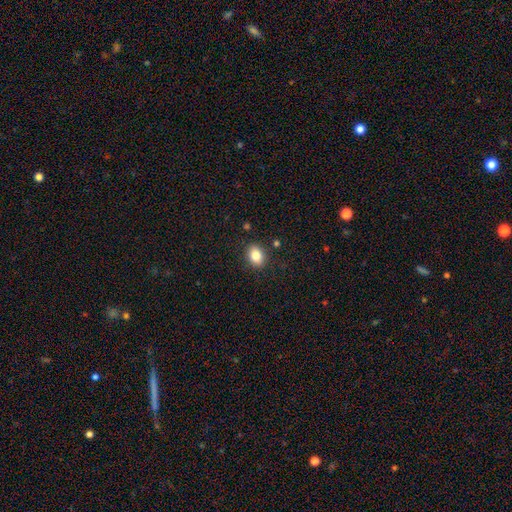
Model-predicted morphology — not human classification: This is clearly a smooth galaxy (84%). How rounded: likely in between (69%). Merging: clearly none (87%).